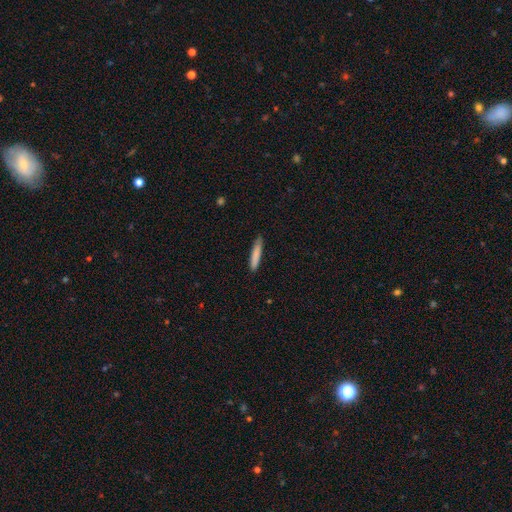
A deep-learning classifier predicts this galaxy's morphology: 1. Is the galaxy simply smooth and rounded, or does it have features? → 83% smooth, 11% featured or disk, 6% star or artifact.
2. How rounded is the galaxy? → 90% cigar-shaped, 8% in between, 1% round.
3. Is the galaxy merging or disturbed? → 83% none, 14% minor disturbance, 2% major disturbance, 1% merger.